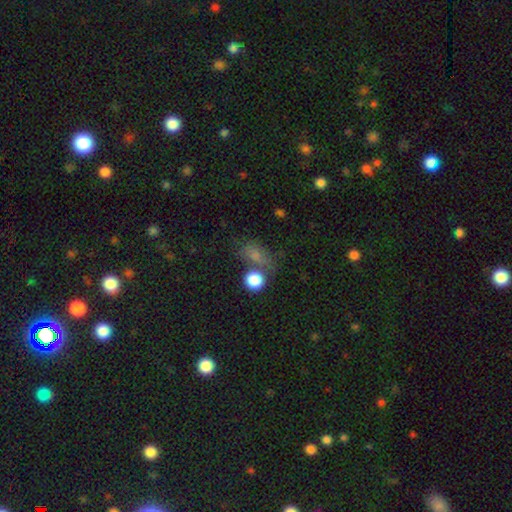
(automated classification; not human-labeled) Overall: smooth (71%). How rounded: in between (56%; round 40%). Merging: none (48%; merger 21%).